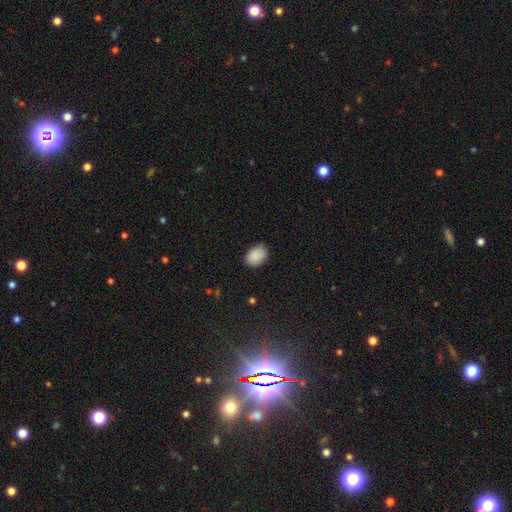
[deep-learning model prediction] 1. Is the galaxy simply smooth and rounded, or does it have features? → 89% smooth, 7% star or artifact, 4% featured or disk.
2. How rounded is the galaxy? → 79% in between, 20% round, 1% cigar-shaped.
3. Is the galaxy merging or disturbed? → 83% none, 13% minor disturbance, 2% major disturbance, 1% merger.